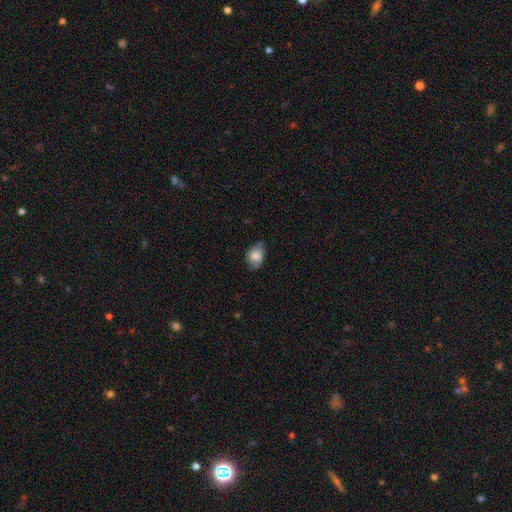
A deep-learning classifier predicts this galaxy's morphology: A smooth galaxy with no disk features (70%) that is in between round and cigar-shaped (74%). Merging: none (59%).